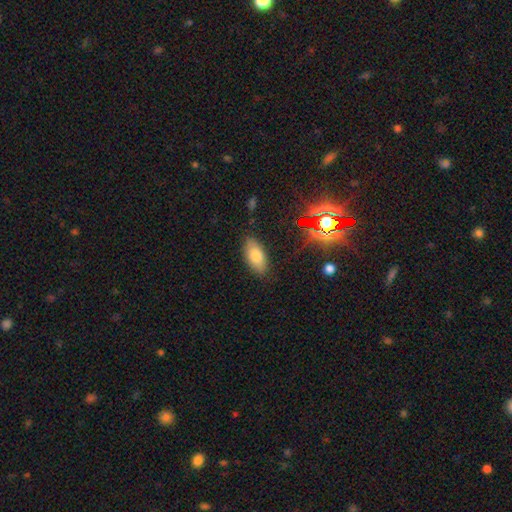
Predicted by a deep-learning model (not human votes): smooth-or-featured: smooth: 75% | featured or disk: 14% | star or artifact: 11%
  how-rounded: in between: 90% | cigar-shaped: 7% | round: 4%
  merging: none: 85% | minor disturbance: 11% | major disturbance: 3% | merger: 1%